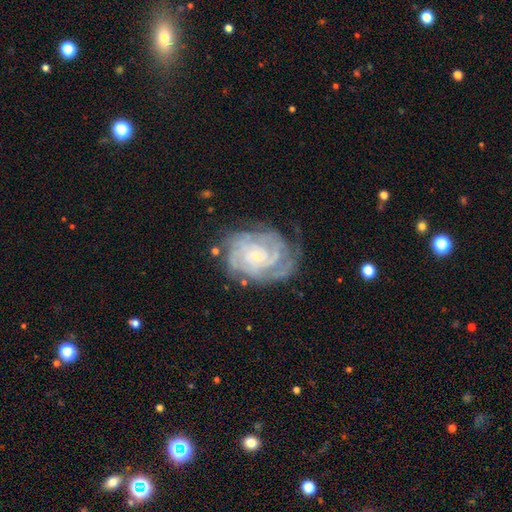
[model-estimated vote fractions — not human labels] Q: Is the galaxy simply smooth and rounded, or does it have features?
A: featured or disk — 84%.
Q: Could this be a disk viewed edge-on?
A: no — 97%.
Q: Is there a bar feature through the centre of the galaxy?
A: no — 76%.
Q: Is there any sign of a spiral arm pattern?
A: yes — 95%.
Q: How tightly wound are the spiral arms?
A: tight — 74%.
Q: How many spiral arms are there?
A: can't tell — 35%.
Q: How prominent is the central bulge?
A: small — 80%.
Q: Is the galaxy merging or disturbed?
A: none — 68%.